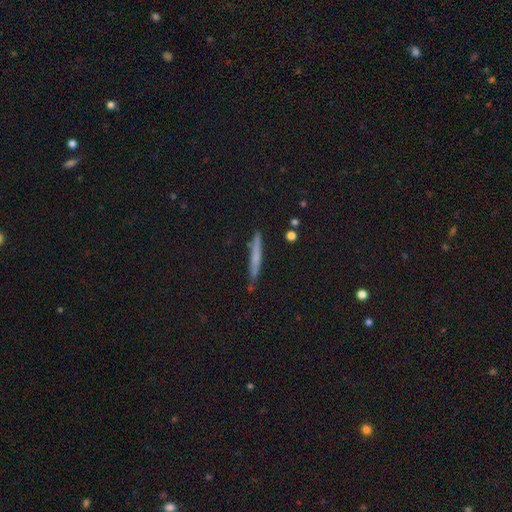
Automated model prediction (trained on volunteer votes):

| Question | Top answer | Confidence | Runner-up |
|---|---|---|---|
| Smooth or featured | smooth | 54% | featured or disk (36%) |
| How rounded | cigar-shaped | 95% | in between (3%) |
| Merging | none | 86% | minor disturbance (10%) |